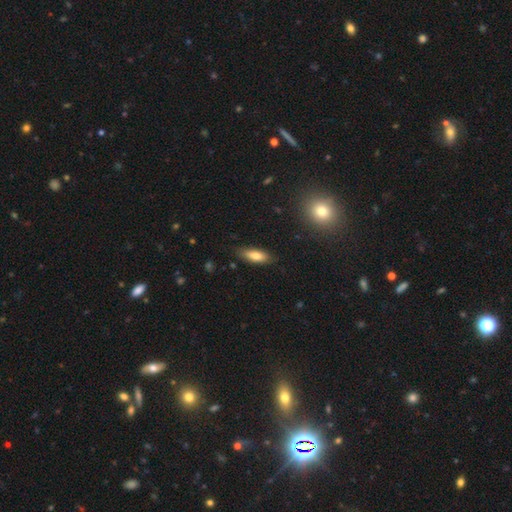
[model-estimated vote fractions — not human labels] Overall: smooth (77%). How rounded: in between (64%; cigar-shaped 34%). Merging: none (83%).